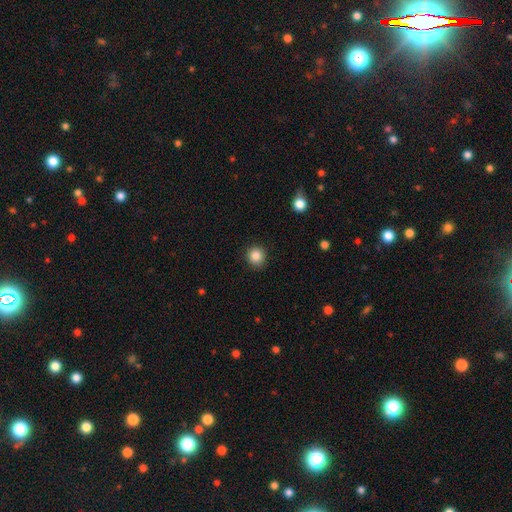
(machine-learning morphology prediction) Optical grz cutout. It shows a smooth galaxy with no disk features (86%) that is round (92%). Merging: none (90%).